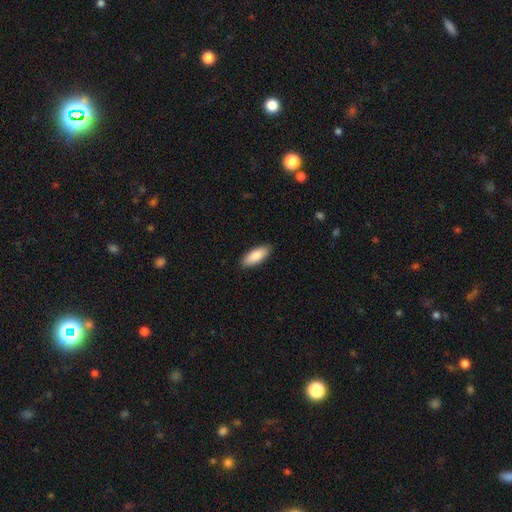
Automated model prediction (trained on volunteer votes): This appears to be a smooth galaxy with no disk features (87%) that is in between round and cigar-shaped (78%). Merging: none (90%).